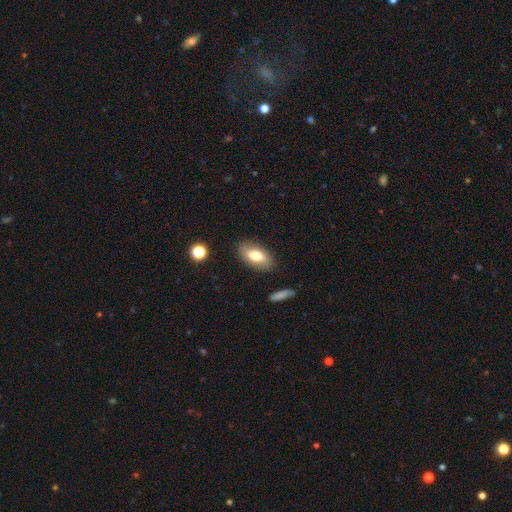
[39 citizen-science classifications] Overall: smooth (64%). How rounded: in between (96%). Merging: none (85%).